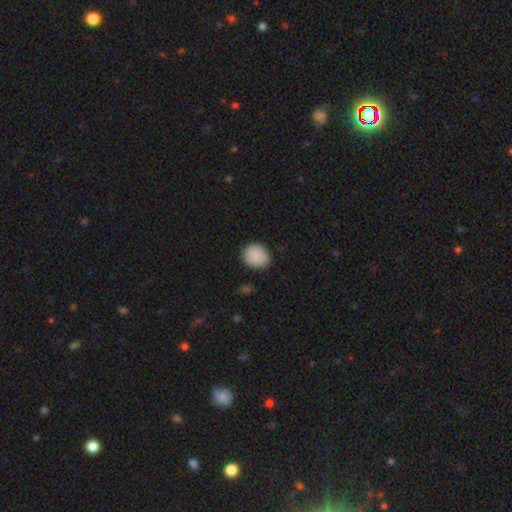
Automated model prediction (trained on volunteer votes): smooth 89%, star or artifact 7%, featured or disk 4%. Down the decision tree: how rounded — round (68%); merging — none (85%).